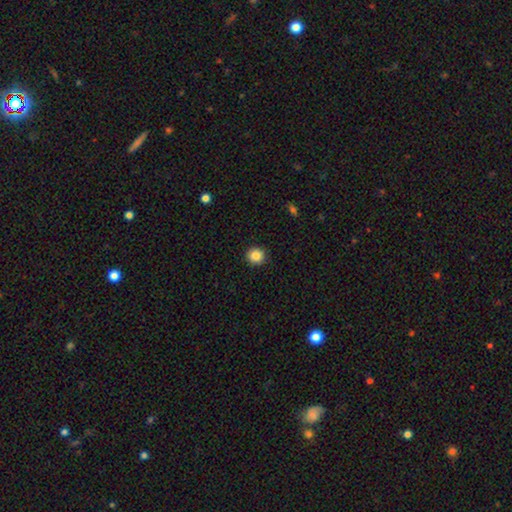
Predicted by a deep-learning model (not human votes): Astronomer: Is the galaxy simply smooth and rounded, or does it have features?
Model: smooth — 86%.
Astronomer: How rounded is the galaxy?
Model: round — 92%.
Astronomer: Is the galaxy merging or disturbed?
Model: none — 91%.